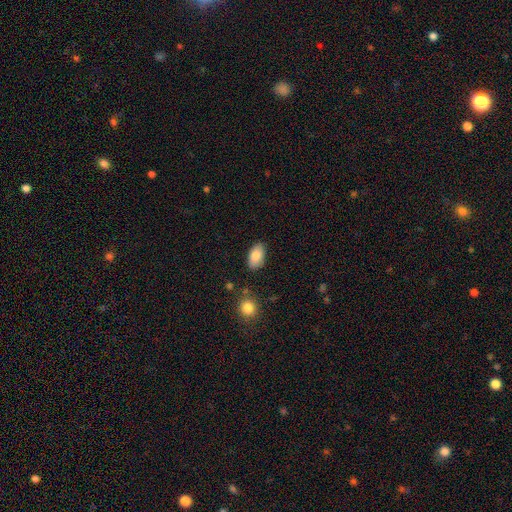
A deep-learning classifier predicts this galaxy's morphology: This is clearly a smooth galaxy (85%). How rounded: clearly in between (93%). Merging: clearly none (84%).